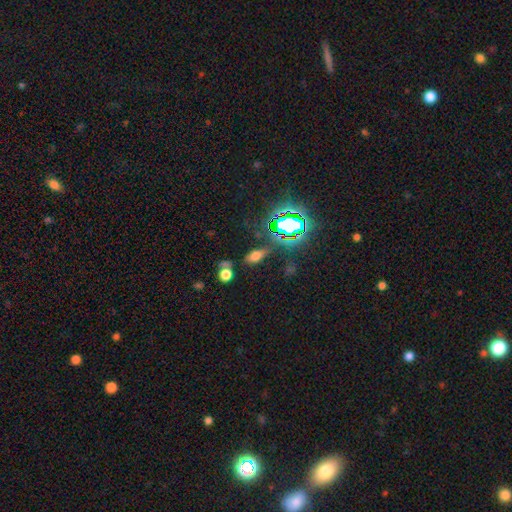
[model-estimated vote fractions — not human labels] Overall: smooth (55%; star or artifact 29%). How rounded: in between (78%). Merging: none (67%).